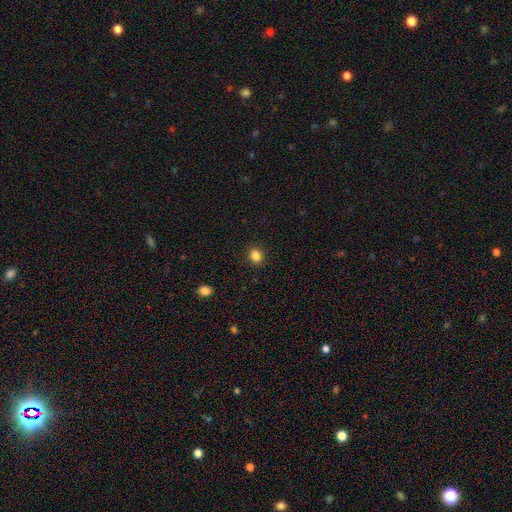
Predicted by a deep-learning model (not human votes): Q: Smooth or featured?
A: smooth (85%); runner-up: star or artifact (11%)
Q: How rounded?
A: round (60%); runner-up: in between (39%)
Q: Merging?
A: none (90%); runner-up: minor disturbance (7%)